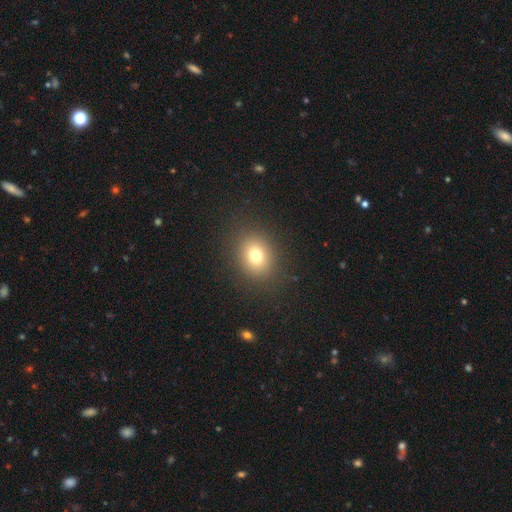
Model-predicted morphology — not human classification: Overall: smooth (77%). How rounded: round (56%; in between 43%). Merging: none (87%).